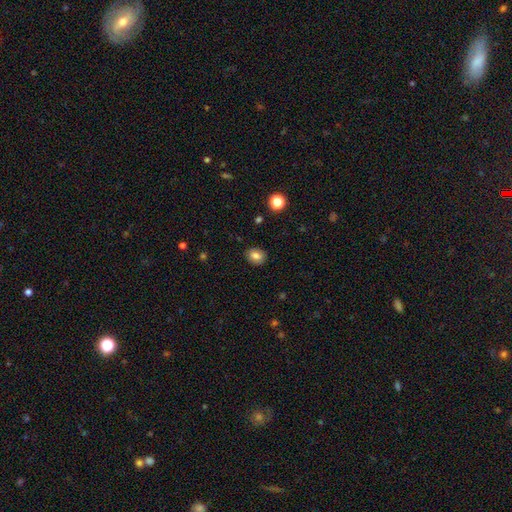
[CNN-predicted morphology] A smooth galaxy with no disk features (81%) that is in between round and cigar-shaped (51%). Merging: none (87%).